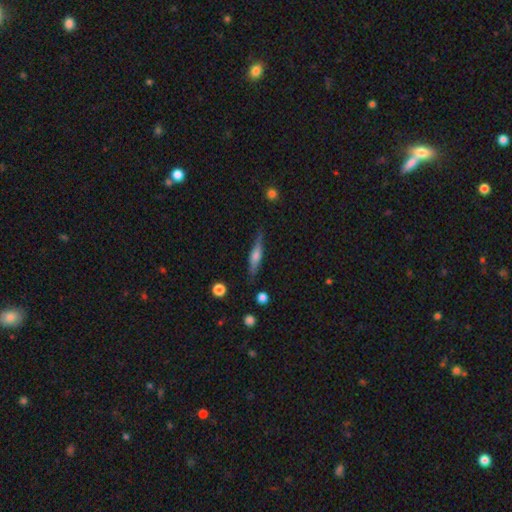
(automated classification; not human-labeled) Smooth or featured: featured or disk — 56% (smooth — 38%)
Edge-on disk: yes — 94% (no — 6%)
Edge-on bulge: rounded — 73% (boxy — 16%)
Merging: none — 84% (minor disturbance — 12%)